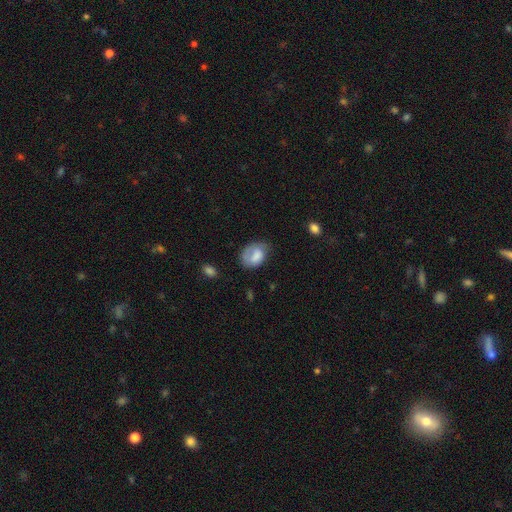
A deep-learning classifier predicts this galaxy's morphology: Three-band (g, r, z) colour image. It shows a smooth galaxy with no disk features (67%) that is in between round and cigar-shaped (74%). Merging: none (46%).